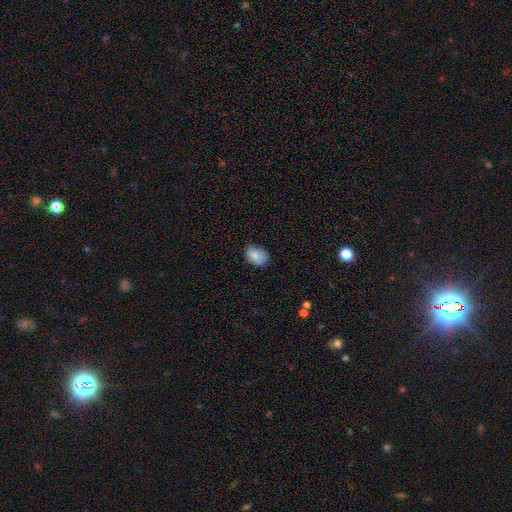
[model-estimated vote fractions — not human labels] This appears to be a smooth galaxy with no disk features (86%) that is in between round and cigar-shaped (78%). Merging: none (76%).